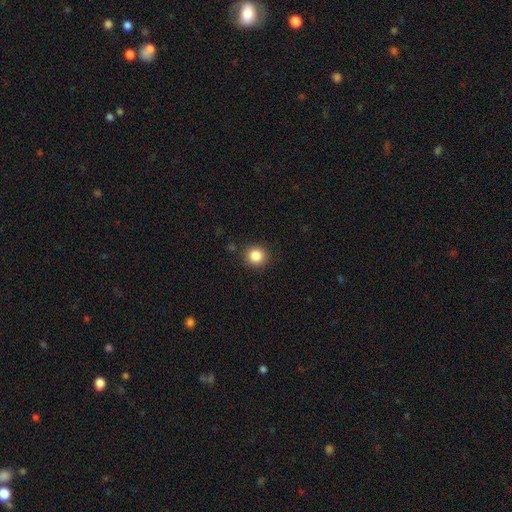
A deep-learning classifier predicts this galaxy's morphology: This is clearly a smooth galaxy (85%). How rounded: clearly round (92%). Merging: clearly none (90%).